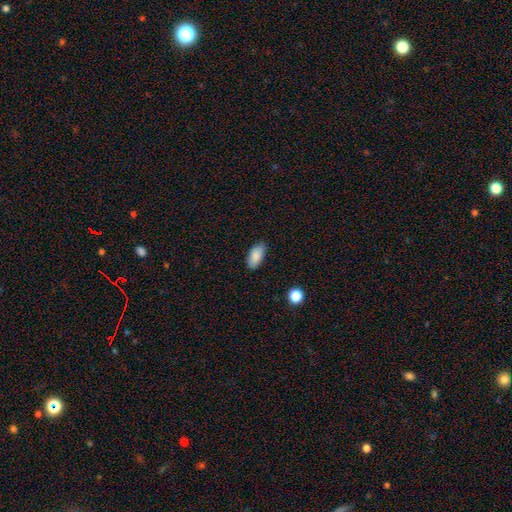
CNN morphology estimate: Q: Smooth or featured?
A: smooth (87%); runner-up: star or artifact (7%)
Q: How rounded?
A: in between (93%); runner-up: cigar-shaped (4%)
Q: Merging?
A: none (83%); runner-up: minor disturbance (14%)